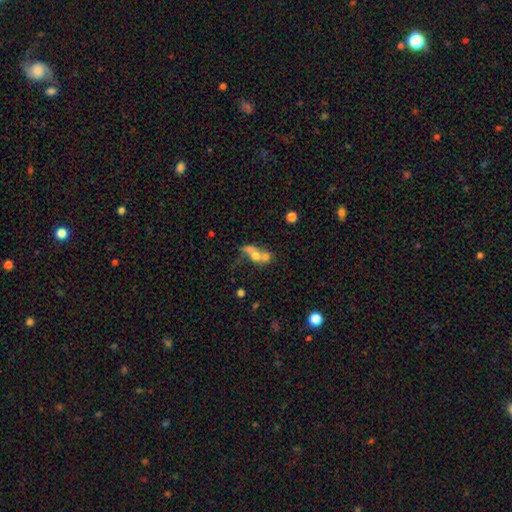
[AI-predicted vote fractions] The model was most divided on "how rounded": in between: 48%, round: 44%, cigar-shaped: 8%. More confident: merging — merger (66%); smooth or featured — smooth (55%).